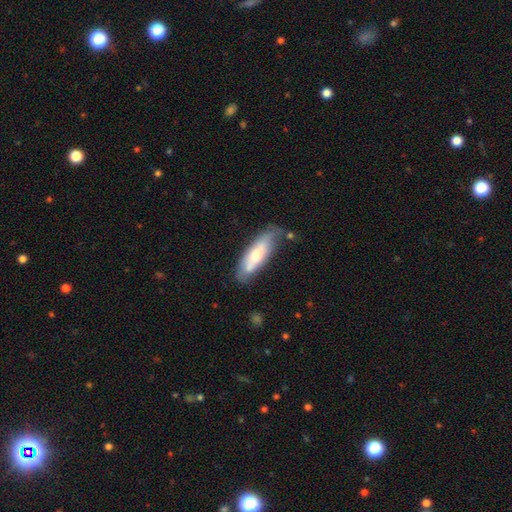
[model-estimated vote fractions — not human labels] smooth 60%, featured or disk 34%, star or artifact 6%. Down the decision tree: how rounded — in between (51%); merging — none (59%).